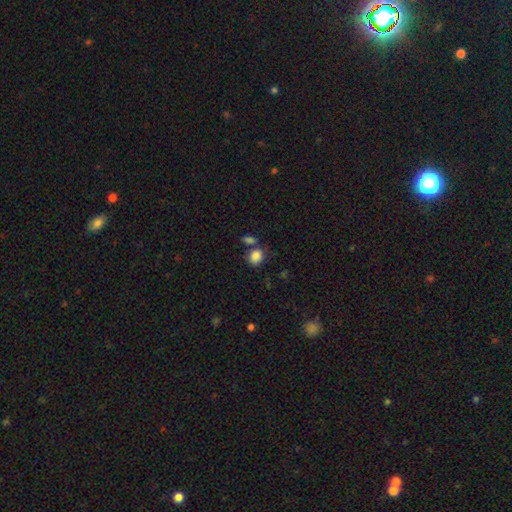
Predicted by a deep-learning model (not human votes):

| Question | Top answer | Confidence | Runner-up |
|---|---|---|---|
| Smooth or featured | smooth | 86% | star or artifact (9%) |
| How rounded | round | 60% | in between (39%) |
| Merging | none | 60% | merger (21%) |